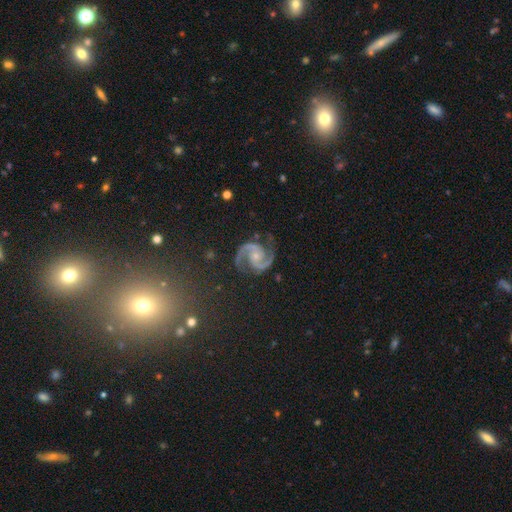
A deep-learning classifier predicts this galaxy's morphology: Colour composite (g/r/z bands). It shows a featured or disk galaxy (92%) with no bar (71%), 2 (94%) medium (61%) spiral arms (99%) and a small central bulge (62%). Merging: none (81%).